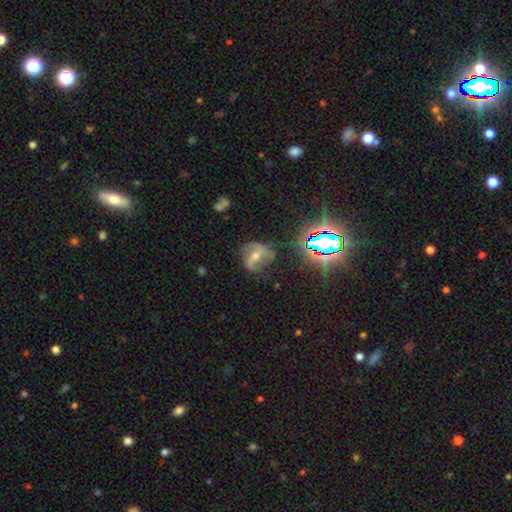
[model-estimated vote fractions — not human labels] A featured or disk galaxy (52%).

Vote fractions:
- Smooth or featured? featured or disk: 52% / star or artifact: 30% / smooth: 18%
- Edge-on disk? no: 94% / yes: 6%
- Merging? none: 66% / minor disturbance: 20% / major disturbance: 12% / merger: 3%